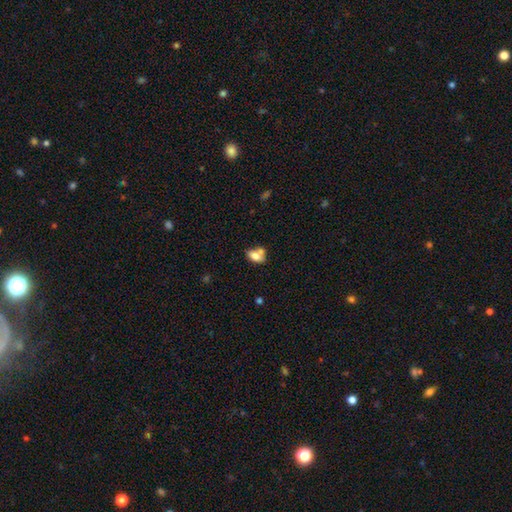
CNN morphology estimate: smooth_or_featured: smooth (p=0.74) [alt: featured or disk p=0.17]
how_rounded: in between (p=0.83) [alt: round p=0.14]
merging: merger (p=0.40) [tied with: none p=0.40]